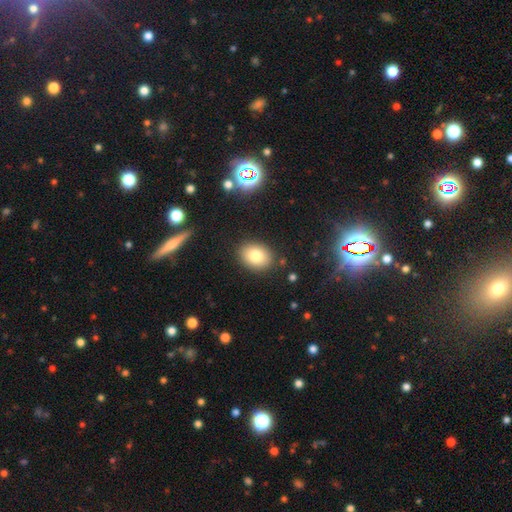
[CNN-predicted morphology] smooth-or-featured: smooth: 80% | featured or disk: 10% | star or artifact: 10%
  how-rounded: in between: 61% | round: 38% | cigar-shaped: 1%
  merging: none: 87% | minor disturbance: 9% | major disturbance: 2% | merger: 2%